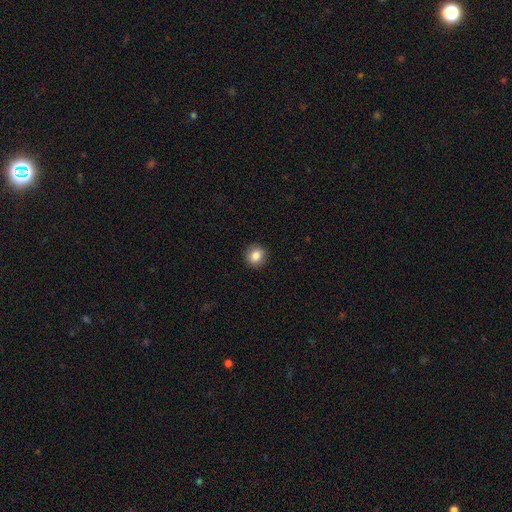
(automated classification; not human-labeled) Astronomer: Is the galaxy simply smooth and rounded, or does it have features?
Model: smooth — 85%.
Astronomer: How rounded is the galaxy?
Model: round — 88%.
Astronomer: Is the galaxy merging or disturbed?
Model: none — 91%.